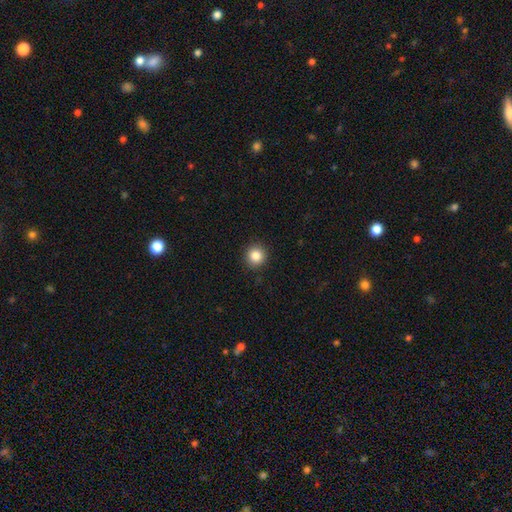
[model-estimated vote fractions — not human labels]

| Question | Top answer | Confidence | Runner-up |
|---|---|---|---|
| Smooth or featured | smooth | 85% | star or artifact (10%) |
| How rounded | round | 94% | in between (6%) |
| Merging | none | 92% | minor disturbance (5%) |